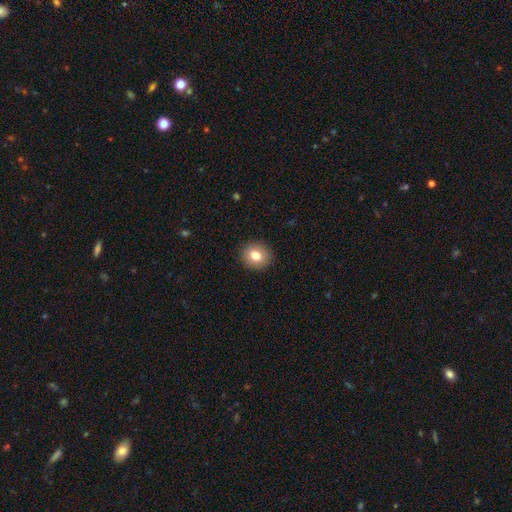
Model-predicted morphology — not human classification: smooth-or-featured: smooth: 81% | featured or disk: 10% | star or artifact: 10%
  how-rounded: round: 80% | in between: 19% | cigar-shaped: 1%
  merging: none: 91% | minor disturbance: 6% | major disturbance: 2% | merger: 1%